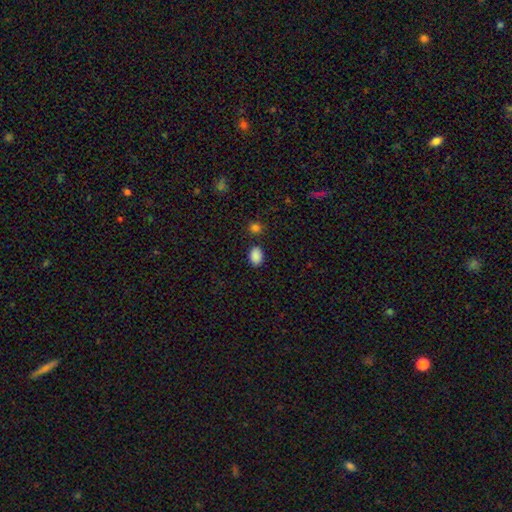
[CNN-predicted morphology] The model was most divided on "how rounded": in between: 75%, round: 24%, cigar-shaped: 1%. More confident: smooth or featured — smooth (88%); merging — none (82%).